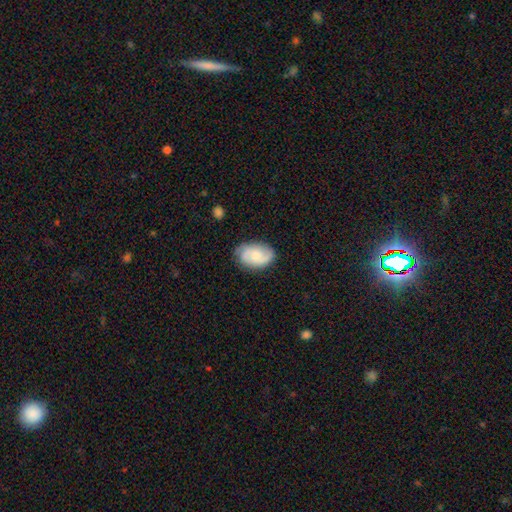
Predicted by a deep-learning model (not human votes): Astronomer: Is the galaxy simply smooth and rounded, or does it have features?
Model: featured or disk — 57% (runner-up: smooth, 37%).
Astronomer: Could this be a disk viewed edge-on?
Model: no — 97%.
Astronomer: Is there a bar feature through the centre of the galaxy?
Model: no — 64%.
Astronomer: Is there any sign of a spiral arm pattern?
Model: yes — 92%.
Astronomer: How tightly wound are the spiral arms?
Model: medium — 45% (runner-up: tight, 32%).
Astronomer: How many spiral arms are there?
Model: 2 — 77%.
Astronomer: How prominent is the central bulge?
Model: small — 48% (runner-up: moderate, 38%).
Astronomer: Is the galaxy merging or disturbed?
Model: none — 78%.